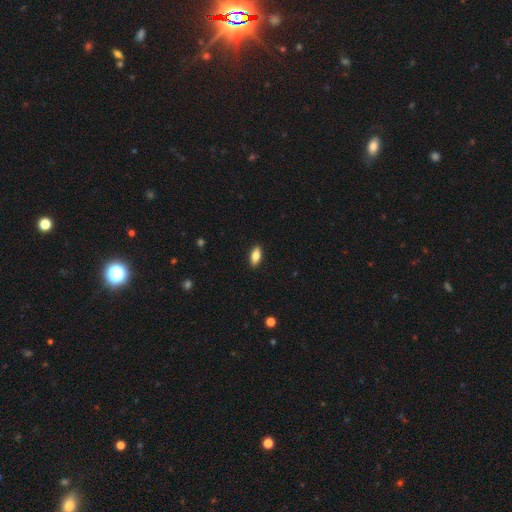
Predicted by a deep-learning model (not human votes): A smooth galaxy with no disk features (82%) that is in between round and cigar-shaped (86%).

Vote fractions:
- Smooth or featured? smooth: 82% / featured or disk: 11% / star or artifact: 7%
- How rounded? in between: 86% / cigar-shaped: 11% / round: 3%
- Merging? none: 90% / minor disturbance: 7% / major disturbance: 2% / merger: 1%